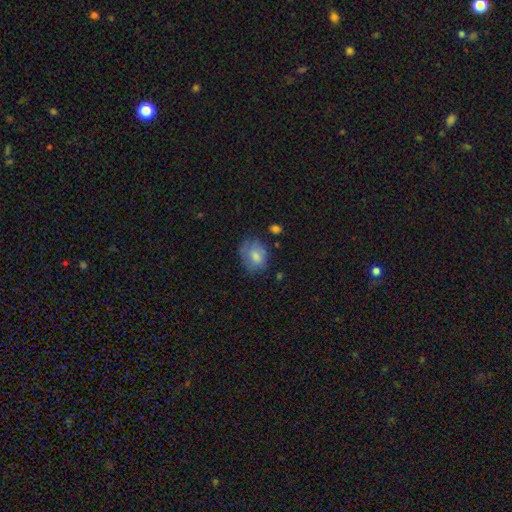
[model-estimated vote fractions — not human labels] A smooth galaxy with no disk features (74%) that is in between round and cigar-shaped (56%).

Vote fractions:
- Smooth or featured? smooth: 74% / featured or disk: 17% / star or artifact: 8%
- How rounded? in between: 56% / round: 43% / cigar-shaped: 1%
- Merging? none: 57% / minor disturbance: 28% / major disturbance: 12% / merger: 3%